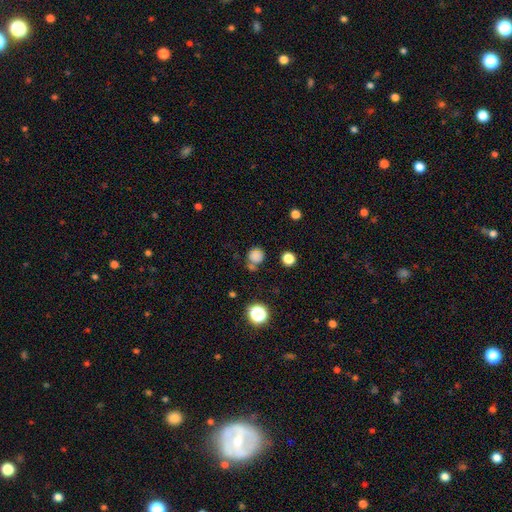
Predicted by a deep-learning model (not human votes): Overall: smooth (72%). How rounded: round (85%). Merging: none (57%; merger 18%).